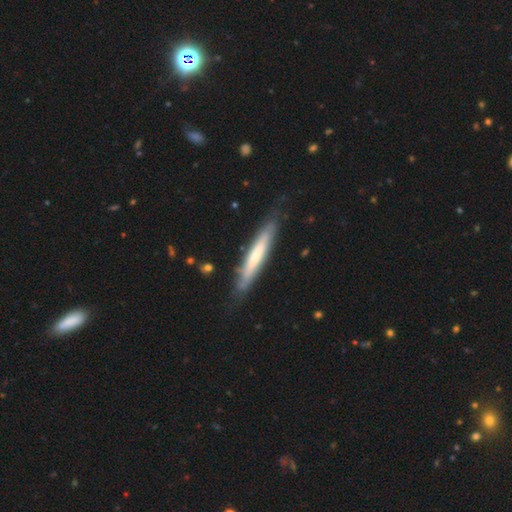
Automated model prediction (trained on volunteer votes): A smooth galaxy with no disk features (49%). Merging: none (79%).